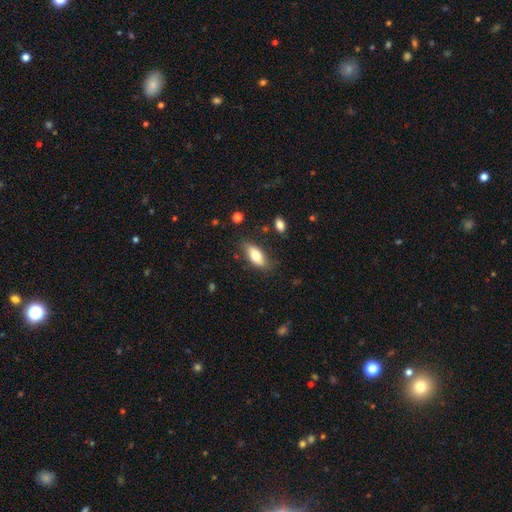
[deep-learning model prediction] smooth 76%, featured or disk 17%, star or artifact 7%. Down the decision tree: how rounded — in between (87%); merging — none (79%).